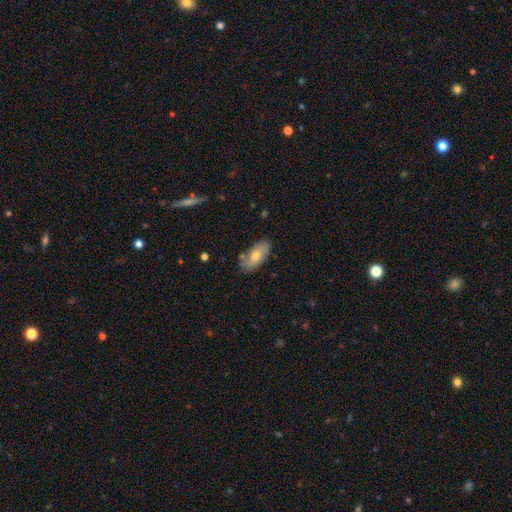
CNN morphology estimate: smooth_or_featured: smooth (p=0.61) [alt: featured or disk p=0.32]
how_rounded: in between (p=0.88) [alt: cigar-shaped p=0.09]
merging: none (p=0.73) [alt: minor disturbance p=0.18]